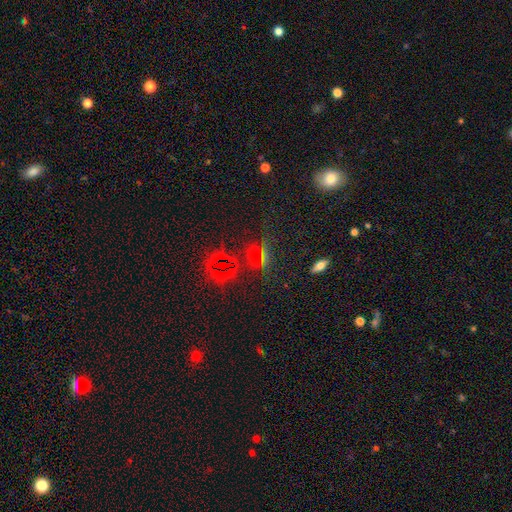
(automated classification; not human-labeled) Smooth or featured? star or artifact (55%)